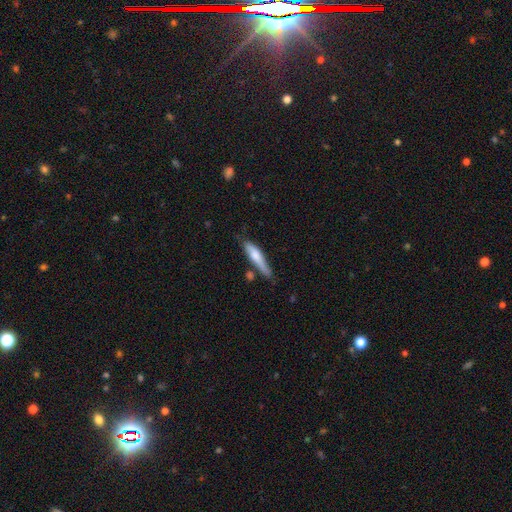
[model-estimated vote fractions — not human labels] Smooth or featured?
  - smooth: 66% *
  - featured or disk: 29%
  - star or artifact: 5%
How rounded?
  - cigar-shaped: 83% *
  - in between: 15%
  - round: 2%
Merging?
  - none: 58% *
  - minor disturbance: 27%
  - merger: 9%
  - major disturbance: 6%